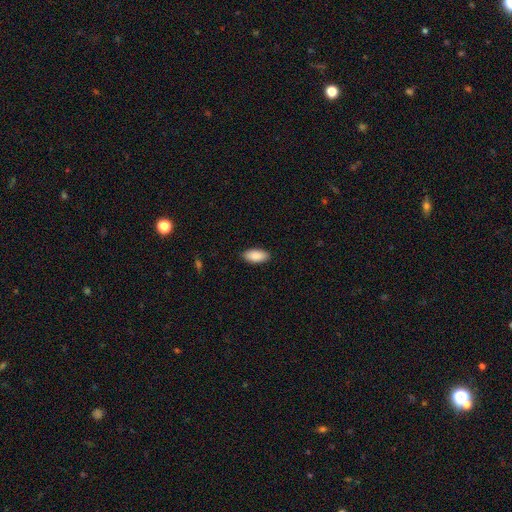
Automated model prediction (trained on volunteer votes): Smooth or featured: smooth — 90% (star or artifact — 6%)
How rounded: in between — 93% (cigar-shaped — 6%)
Merging: none — 89% (minor disturbance — 8%)